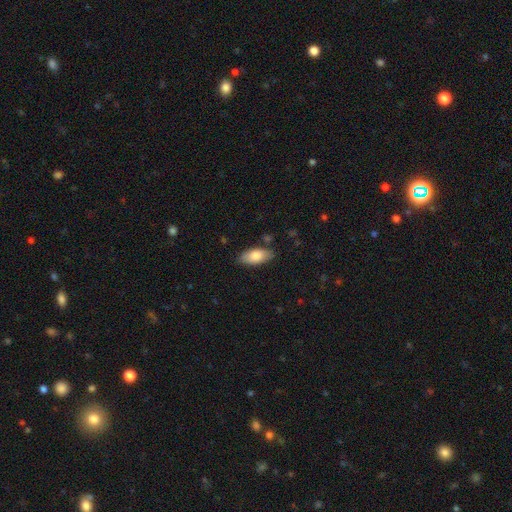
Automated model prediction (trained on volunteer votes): Smooth or featured? smooth (81%)
How rounded? in between (90%)
Merging? none (81%)